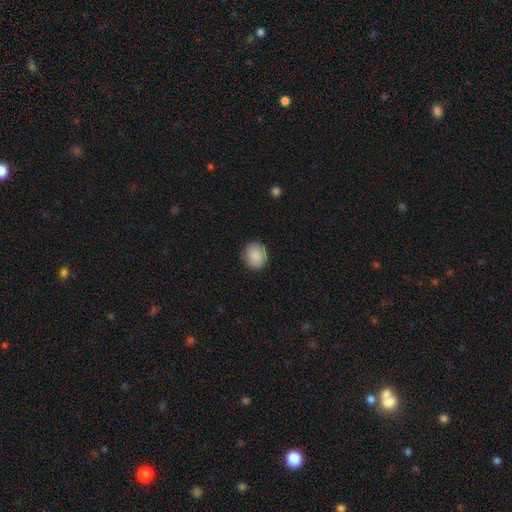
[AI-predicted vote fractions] Morphology: type=smooth (89%); roundness=round (83%); merging=none (89%).